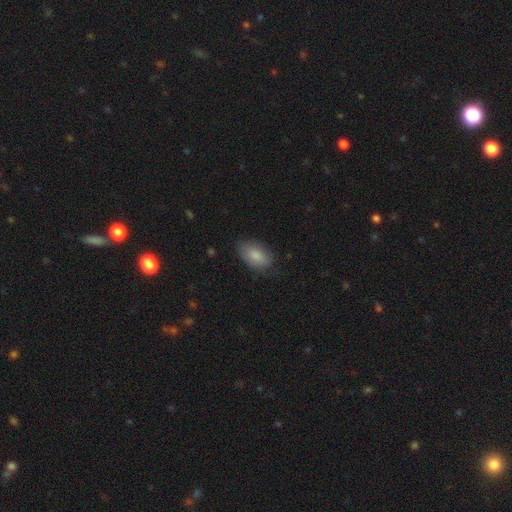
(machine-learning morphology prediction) smooth_or_featured: smooth (p=0.84) [alt: featured or disk p=0.09]
how_rounded: in between (p=0.93) [alt: round p=0.06]
merging: none (p=0.74) [alt: minor disturbance p=0.20]